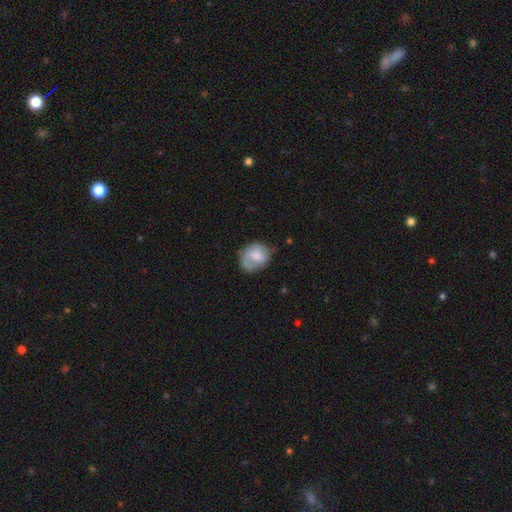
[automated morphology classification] Smooth or featured? Predicted: smooth (p=0.63). How rounded? Predicted: round (p=0.57). Merging? Predicted: none (p=0.49).